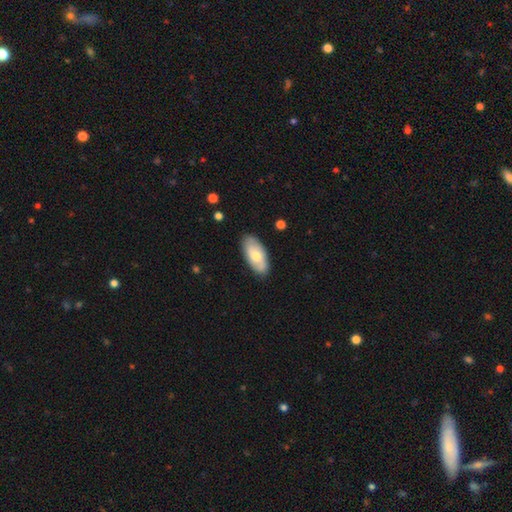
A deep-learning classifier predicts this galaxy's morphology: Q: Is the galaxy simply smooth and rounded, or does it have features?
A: smooth — 62%.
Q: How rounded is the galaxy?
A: in between — 91%.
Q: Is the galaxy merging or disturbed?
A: none — 85%.